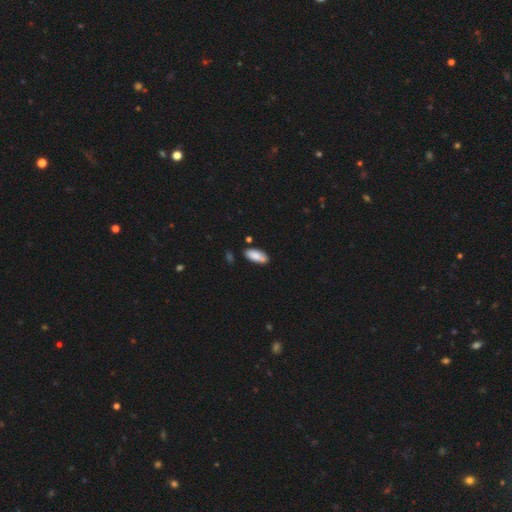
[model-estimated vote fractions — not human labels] This is clearly a smooth galaxy (86%). How rounded: clearly in between (85%). Merging: likely none (79%).